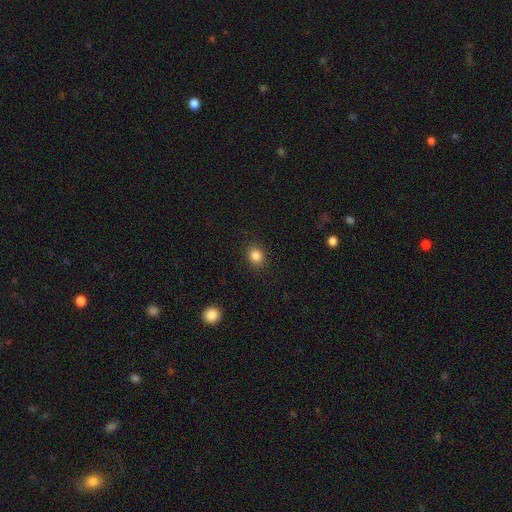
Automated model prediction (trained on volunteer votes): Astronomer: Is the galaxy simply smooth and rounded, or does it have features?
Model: smooth — 85%.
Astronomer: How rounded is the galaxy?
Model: round — 61% (runner-up: in between, 38%).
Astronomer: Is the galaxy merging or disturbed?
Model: none — 89%.